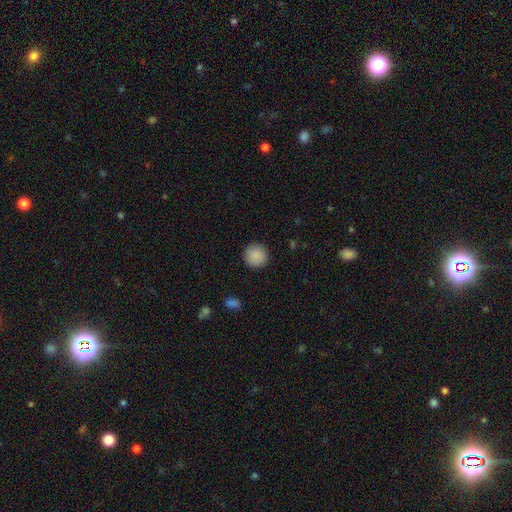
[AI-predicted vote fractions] This is clearly a smooth galaxy (90%). How rounded: clearly round (95%). Merging: clearly none (92%).